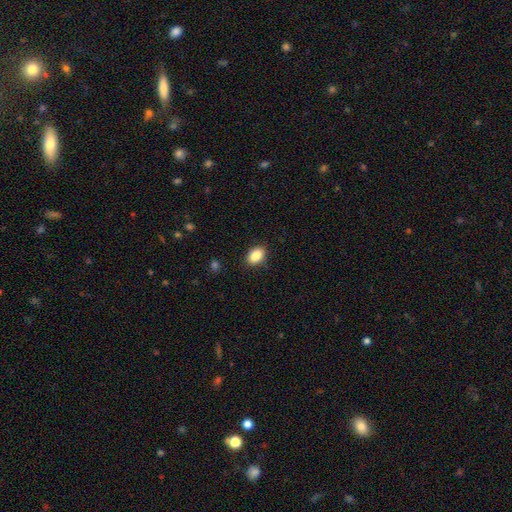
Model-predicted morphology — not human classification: smooth-or-featured: smooth: 87% | star or artifact: 8% | featured or disk: 5%
  how-rounded: in between: 79% | round: 20% | cigar-shaped: 1%
  merging: none: 88% | minor disturbance: 8% | major disturbance: 2% | merger: 1%